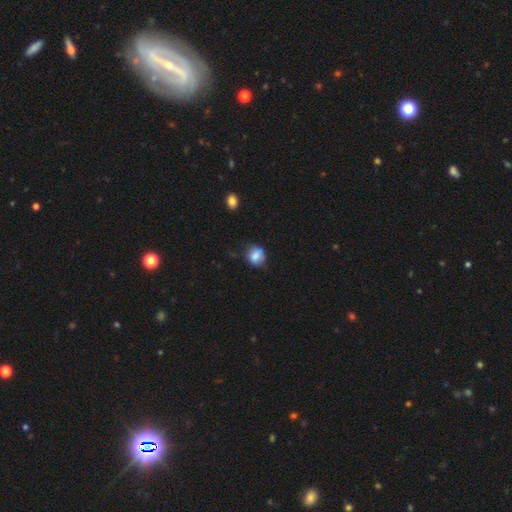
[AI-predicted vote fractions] Q: Smooth or featured?
A: smooth (79%); runner-up: featured or disk (12%)
Q: How rounded?
A: round (61%); runner-up: in between (38%)
Q: Merging?
A: none (64%); runner-up: minor disturbance (27%)